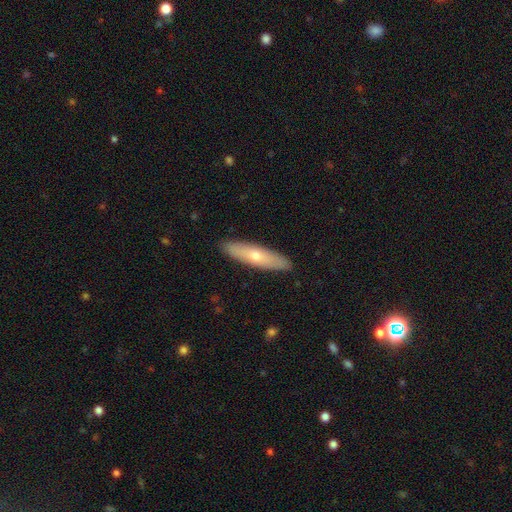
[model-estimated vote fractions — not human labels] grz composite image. It shows a smooth galaxy with no disk features (56%) that is cigar-shaped (74%). Merging: none (90%).